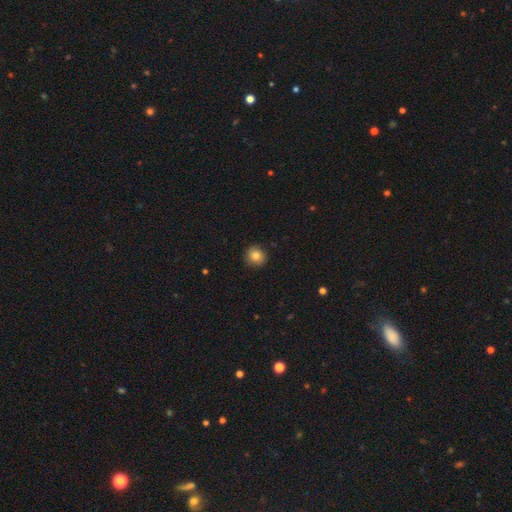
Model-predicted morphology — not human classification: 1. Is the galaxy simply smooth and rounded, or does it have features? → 82% smooth, 10% star or artifact, 8% featured or disk.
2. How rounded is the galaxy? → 89% round, 10% in between, 1% cigar-shaped.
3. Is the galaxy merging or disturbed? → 90% none, 7% minor disturbance, 2% major disturbance, 1% merger.